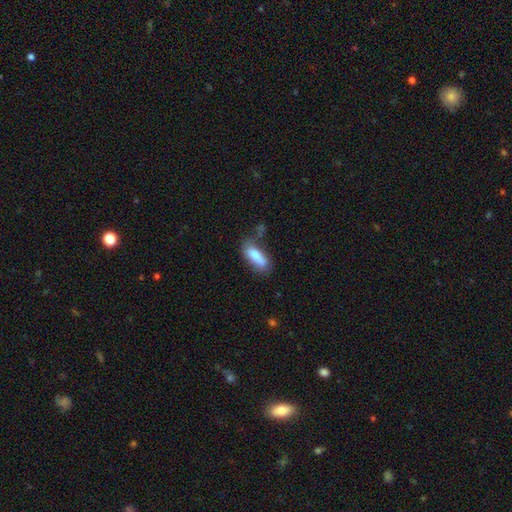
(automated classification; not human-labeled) Overall: smooth (76%). How rounded: in between (60%; cigar-shaped 38%). Merging: none (59%; minor disturbance 25%).